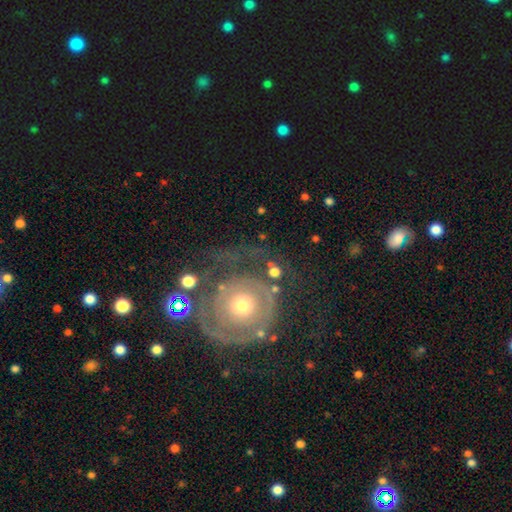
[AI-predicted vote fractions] Q: Smooth or featured?
A: featured or disk (72%); runner-up: smooth (19%)
Q: Edge-on disk?
A: no (97%); runner-up: yes (3%)
Q: Bar?
A: no (87%); runner-up: weak (9%)
Q: Spiral arms?
A: yes (66%); runner-up: no (34%)
Q: Bulge size?
A: moderate (56%); runner-up: small (35%)
Q: Merging?
A: none (59%); runner-up: major disturbance (20%)